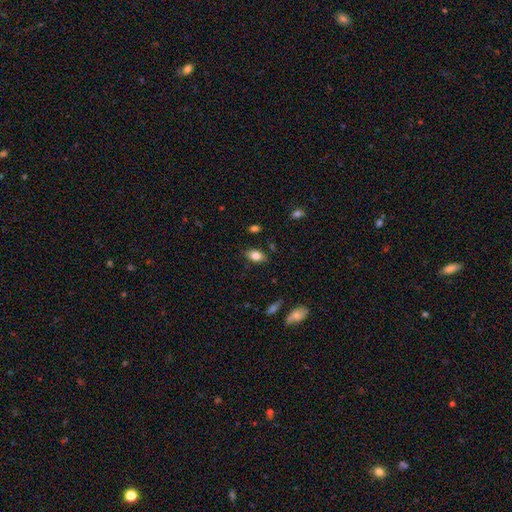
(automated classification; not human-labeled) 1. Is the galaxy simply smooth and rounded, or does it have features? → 81% smooth, 10% featured or disk, 8% star or artifact.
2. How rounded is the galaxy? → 87% in between, 10% round, 3% cigar-shaped.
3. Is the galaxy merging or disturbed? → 82% none, 13% minor disturbance, 3% major disturbance, 2% merger.